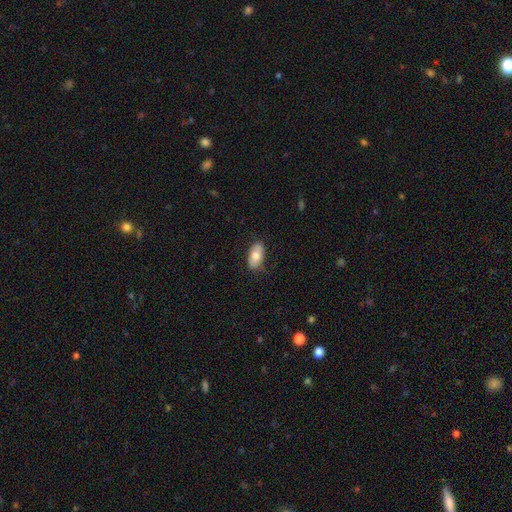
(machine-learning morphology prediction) smooth_or_featured: smooth (p=0.77) [alt: featured or disk p=0.17]
how_rounded: in between (p=0.93) [alt: round p=0.04]
merging: none (p=0.79) [alt: minor disturbance p=0.16]